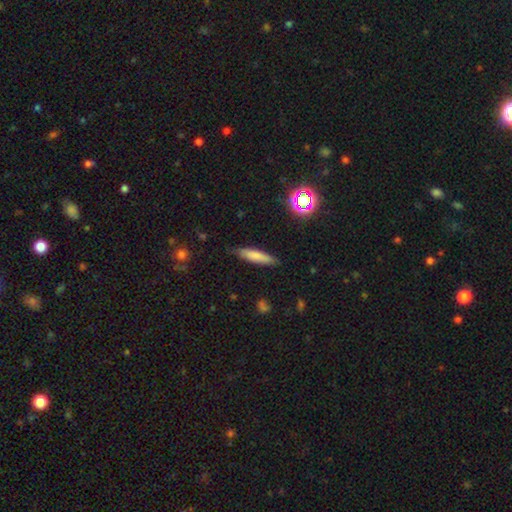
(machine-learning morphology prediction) Smooth or featured: smooth — 77% (featured or disk — 15%)
How rounded: cigar-shaped — 79% (in between — 19%)
Merging: none — 82% (minor disturbance — 15%)